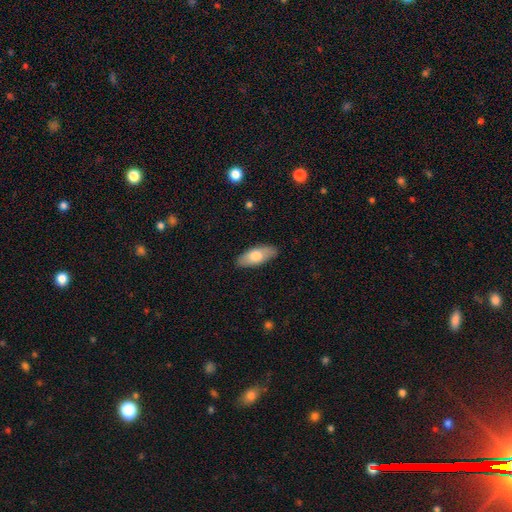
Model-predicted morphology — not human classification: Smooth or featured?
  - smooth: 74% *
  - featured or disk: 21%
  - star or artifact: 5%
How rounded?
  - in between: 84% *
  - cigar-shaped: 14%
  - round: 2%
Merging?
  - none: 87% *
  - minor disturbance: 10%
  - major disturbance: 2%
  - merger: 1%